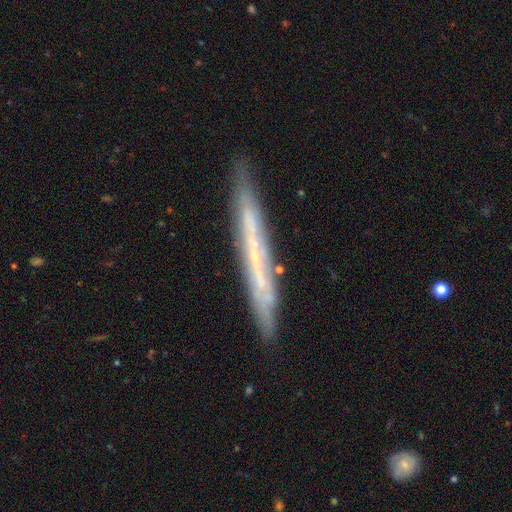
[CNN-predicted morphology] smooth-or-featured: featured or disk: 62% | smooth: 31% | star or artifact: 7%
  disk-edge-on: yes: 88% | no: 12%
    edge-on-bulge: none: 86% | rounded: 10% | boxy: 4%
  merging: none: 83% | minor disturbance: 12% | merger: 2% | major disturbance: 2%